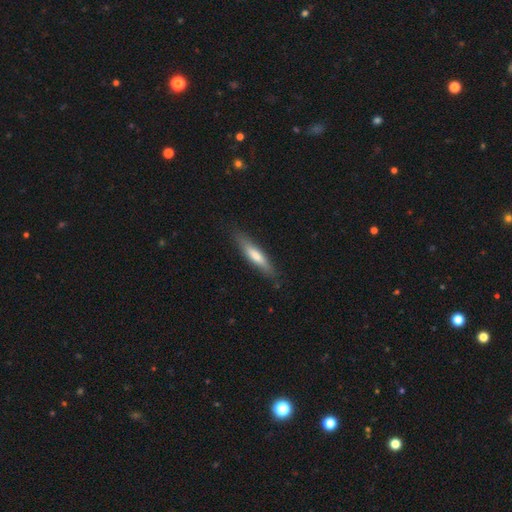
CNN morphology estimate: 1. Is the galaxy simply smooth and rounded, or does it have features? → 58% smooth, 36% featured or disk, 6% star or artifact.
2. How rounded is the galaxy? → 86% cigar-shaped, 13% in between, 1% round.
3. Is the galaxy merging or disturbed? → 85% none, 11% minor disturbance, 2% major disturbance, 1% merger.